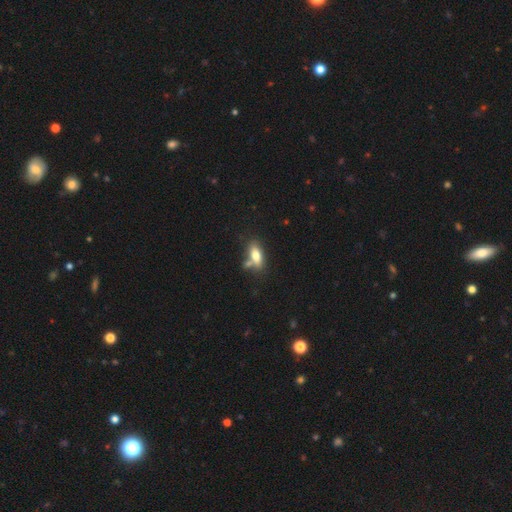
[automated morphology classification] Smooth or featured? smooth (72%)
How rounded? in between (76%)
Merging? none (54%)